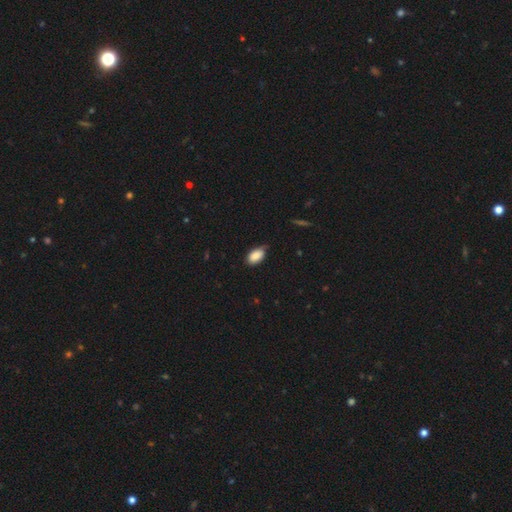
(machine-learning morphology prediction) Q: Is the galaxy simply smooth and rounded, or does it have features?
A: smooth — 87%.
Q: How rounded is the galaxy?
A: in between — 93%.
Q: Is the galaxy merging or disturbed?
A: none — 63%.